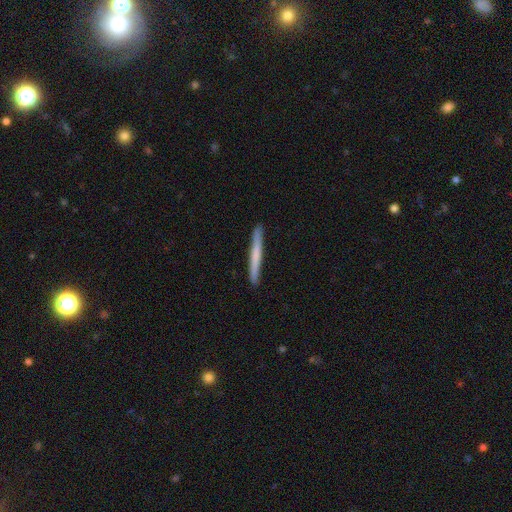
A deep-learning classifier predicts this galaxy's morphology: type=smooth (61%); roundness=cigar-shaped (97%); merging=none (92%).